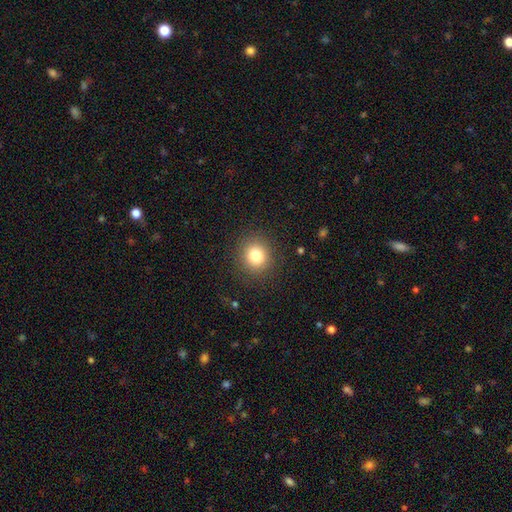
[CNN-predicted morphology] Smooth or featured?
  - smooth: 81% *
  - star or artifact: 12%
  - featured or disk: 7%
How rounded?
  - round: 85% *
  - in between: 15%
  - cigar-shaped: 1%
Merging?
  - none: 88% *
  - minor disturbance: 7%
  - major disturbance: 3%
  - merger: 1%